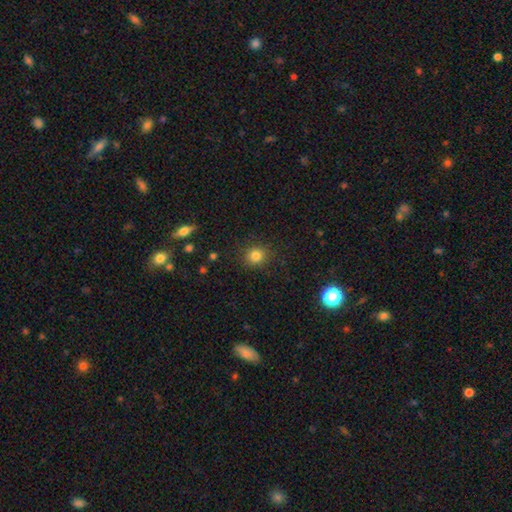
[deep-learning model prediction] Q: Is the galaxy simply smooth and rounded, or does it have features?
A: smooth — 82%.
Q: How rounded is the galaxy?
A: round — 83%.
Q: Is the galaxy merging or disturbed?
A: none — 88%.